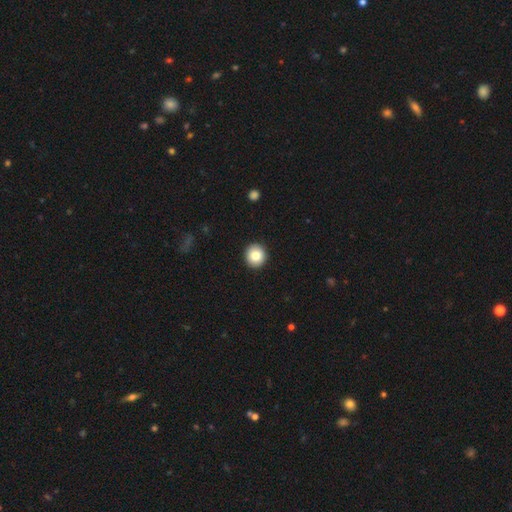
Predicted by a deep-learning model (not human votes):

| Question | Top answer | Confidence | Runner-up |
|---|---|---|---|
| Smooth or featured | smooth | 84% | star or artifact (8%) |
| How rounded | round | 91% | in between (8%) |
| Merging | none | 93% | minor disturbance (5%) |